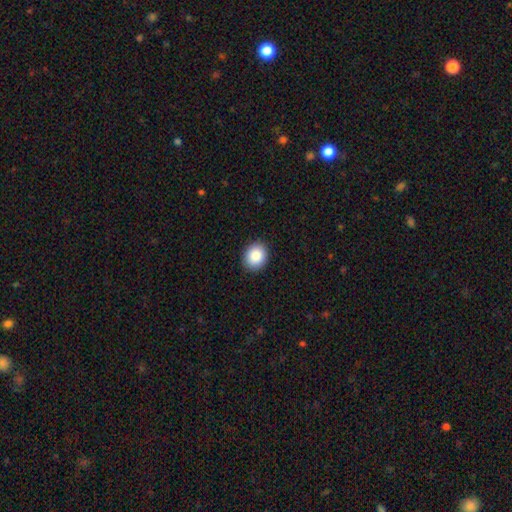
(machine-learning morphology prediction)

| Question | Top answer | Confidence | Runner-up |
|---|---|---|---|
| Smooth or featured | smooth | 88% | star or artifact (8%) |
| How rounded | round | 66% | in between (34%) |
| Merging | none | 91% | minor disturbance (6%) |